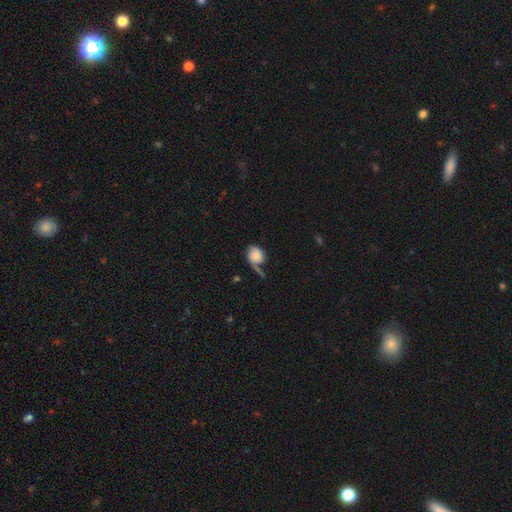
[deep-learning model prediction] Overall: smooth (57%; featured or disk 34%). How rounded: round (50%; in between 48%). Merging: none (36%; minor disturbance 28%).